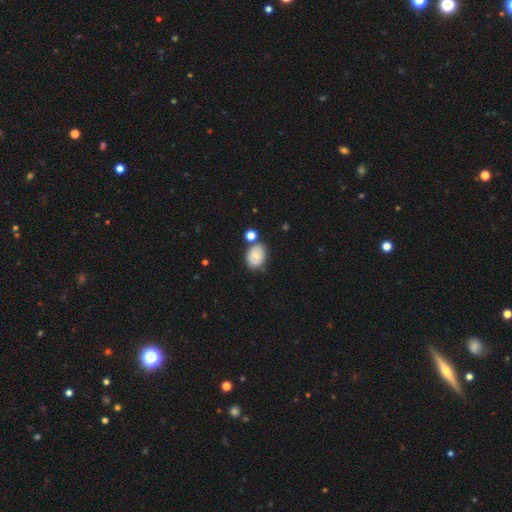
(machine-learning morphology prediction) smooth_or_featured: smooth (p=0.70) [alt: featured or disk p=0.21]
how_rounded: in between (p=0.66) [alt: round p=0.33]
merging: none (p=0.63) [alt: minor disturbance p=0.18]